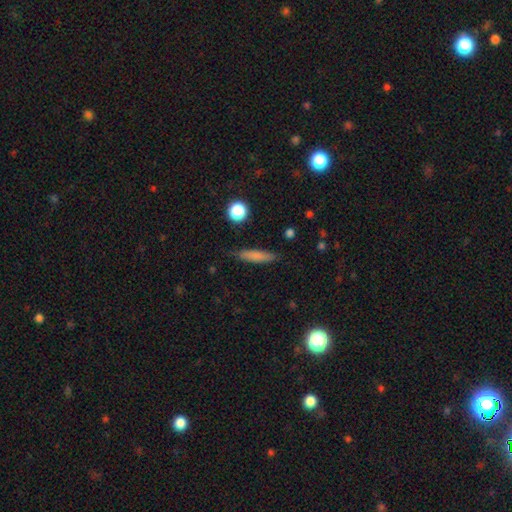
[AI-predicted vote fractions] This is likely a smooth galaxy (76%). How rounded: clearly cigar-shaped (81%). Merging: clearly none (81%).